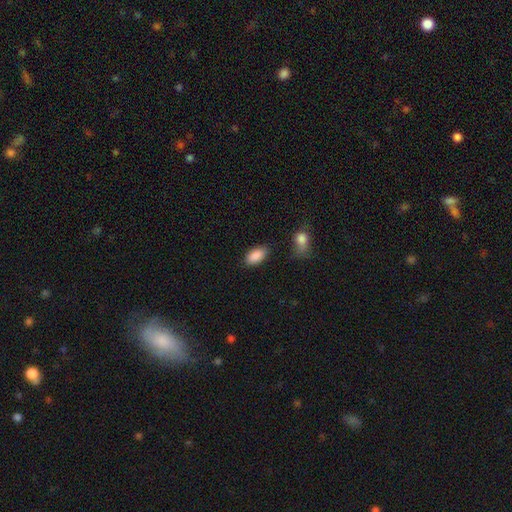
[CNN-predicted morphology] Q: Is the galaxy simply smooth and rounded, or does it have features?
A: smooth — 89%.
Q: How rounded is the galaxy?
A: in between — 93%.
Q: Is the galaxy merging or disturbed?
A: none — 77%.